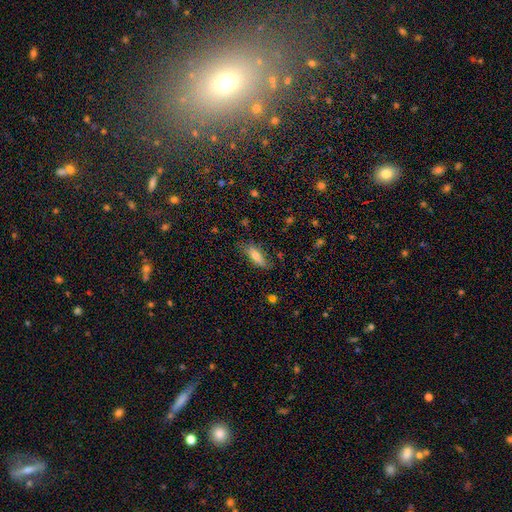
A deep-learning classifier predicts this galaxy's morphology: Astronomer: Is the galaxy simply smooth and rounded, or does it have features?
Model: smooth — 69%.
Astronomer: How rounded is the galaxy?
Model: in between — 56% (runner-up: cigar-shaped, 42%).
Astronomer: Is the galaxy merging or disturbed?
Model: none — 76%.